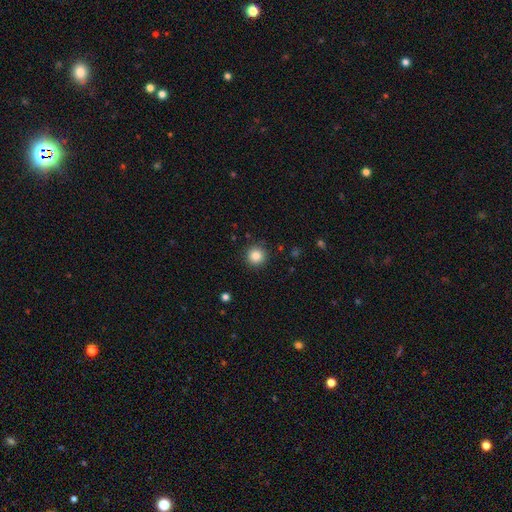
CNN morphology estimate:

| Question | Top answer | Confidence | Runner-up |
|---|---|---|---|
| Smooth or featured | smooth | 85% | star or artifact (10%) |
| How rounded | round | 95% | in between (4%) |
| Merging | none | 90% | minor disturbance (6%) |